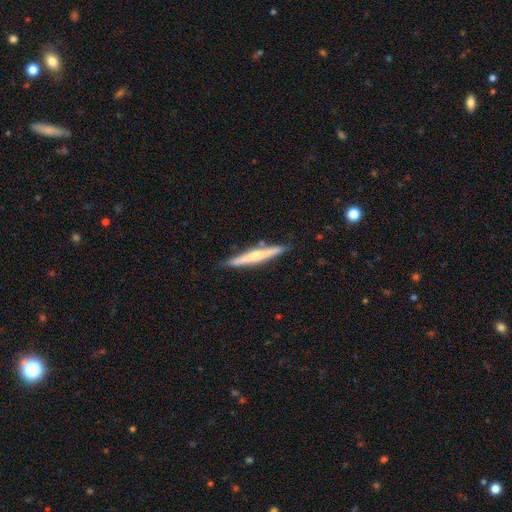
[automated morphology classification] type=featured or disk (55%); edge-on=yes (96%); edge-on bulge=rounded (66%); merging=none (85%).